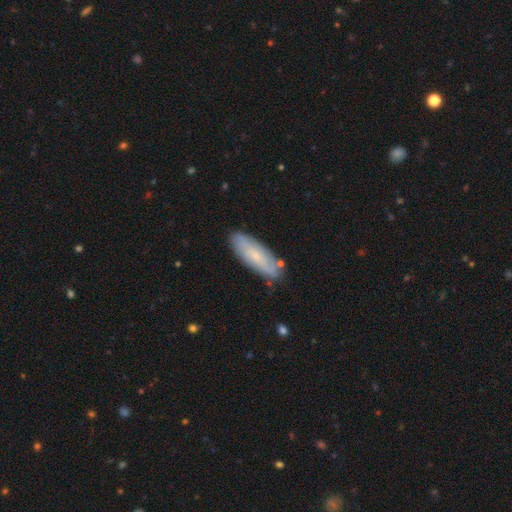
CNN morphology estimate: This appears to be a smooth galaxy with no disk features (57%) that is in between round and cigar-shaped (58%). Merging: none (80%).